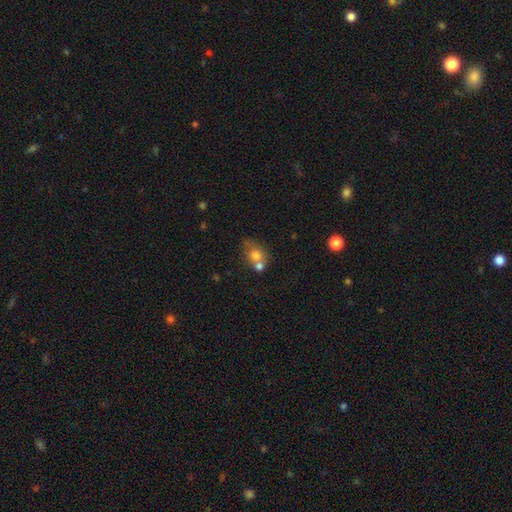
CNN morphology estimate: The model was most divided on "merging": merger: 45%, none: 38%, minor disturbance: 12%, major disturbance: 5%. More confident: smooth or featured — smooth (72%); how rounded — round (56%).